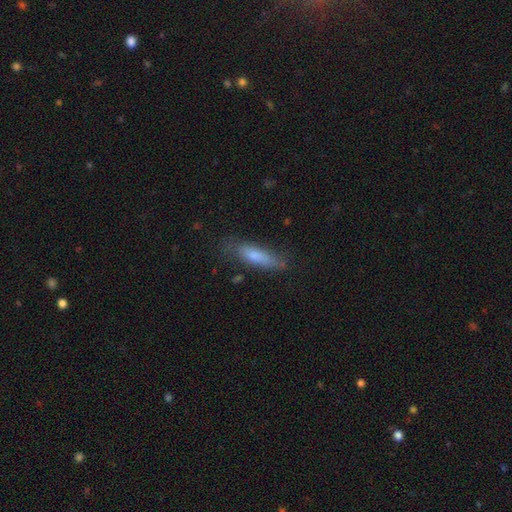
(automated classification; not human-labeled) This appears to be a smooth galaxy with no disk features (73%) that is cigar-shaped (63%). Merging: none (69%).